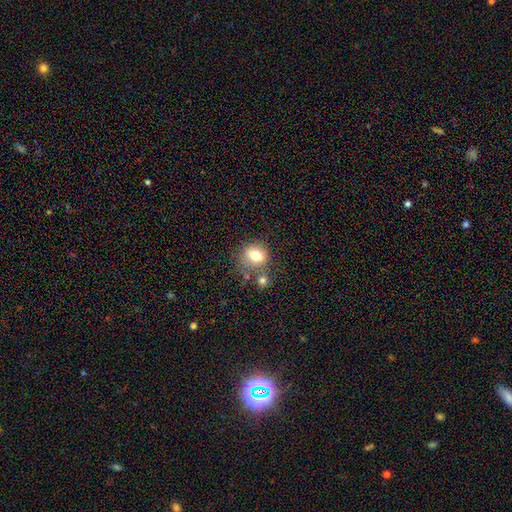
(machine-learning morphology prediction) Smooth or featured?
  - smooth: 74% *
  - featured or disk: 16%
  - star or artifact: 11%
How rounded?
  - round: 57% *
  - in between: 41%
  - cigar-shaped: 1%
Merging?
  - none: 57% *
  - merger: 19%
  - minor disturbance: 17%
  - major disturbance: 7%